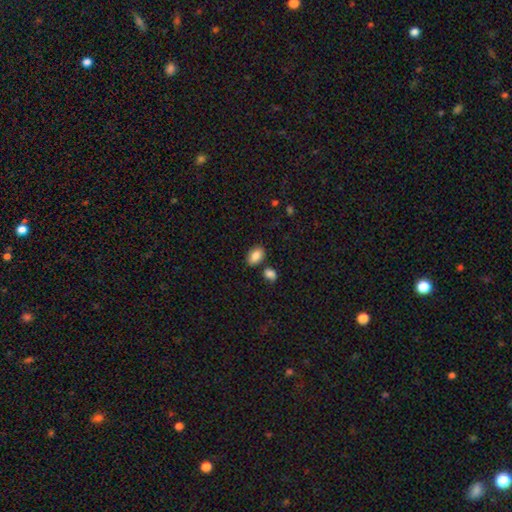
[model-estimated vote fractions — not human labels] This appears to be a smooth galaxy with no disk features (86%) that is in between round and cigar-shaped (89%). Merging: none (77%).